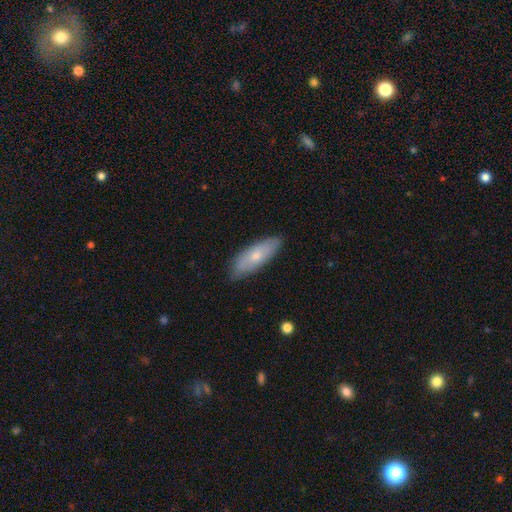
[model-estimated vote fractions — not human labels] This appears to be a smooth galaxy with no disk features (66%) that is in between round and cigar-shaped (66%). Merging: none (82%).